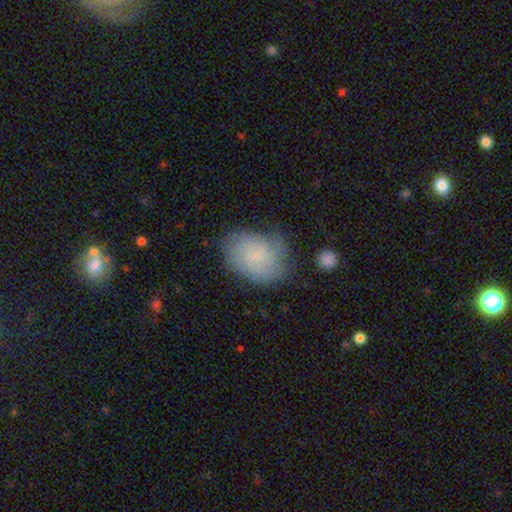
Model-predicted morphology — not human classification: This appears to be a smooth galaxy with no disk features (65%) that is in between round and cigar-shaped (76%). Merging: none (61%).